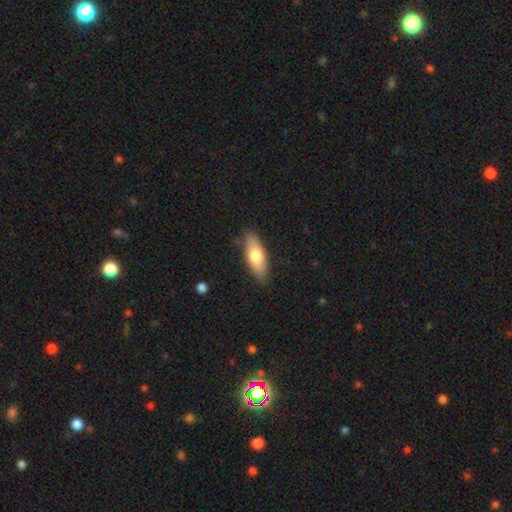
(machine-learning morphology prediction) Smooth or featured? Predicted: smooth (p=0.70). How rounded? Predicted: in between (p=0.70). Merging? Predicted: none (p=0.82).